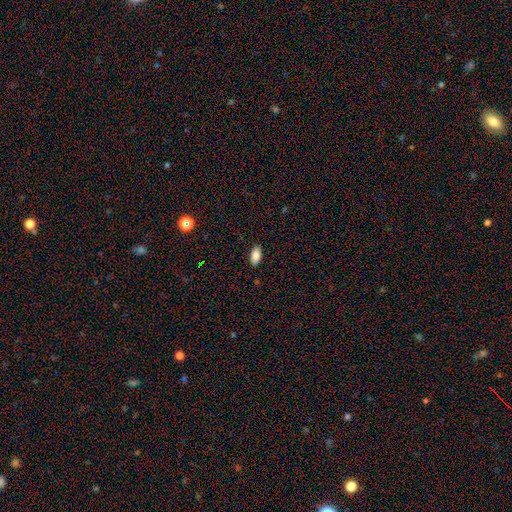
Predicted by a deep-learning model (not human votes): Smooth or featured: smooth — 84% (star or artifact — 8%)
How rounded: in between — 92% (cigar-shaped — 4%)
Merging: none — 88% (minor disturbance — 9%)